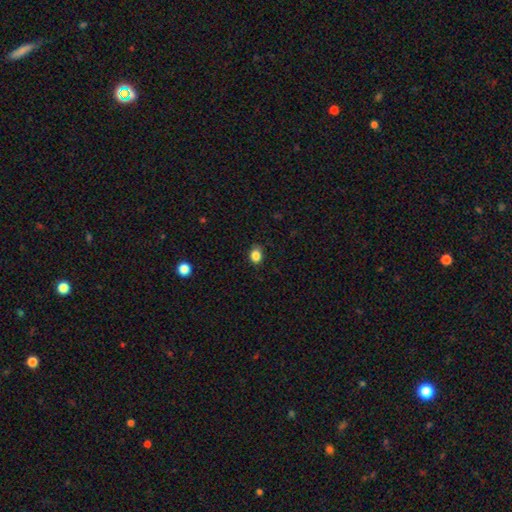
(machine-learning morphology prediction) Smooth or featured? smooth (86%)
How rounded? in between (53%)
Merging? none (84%)